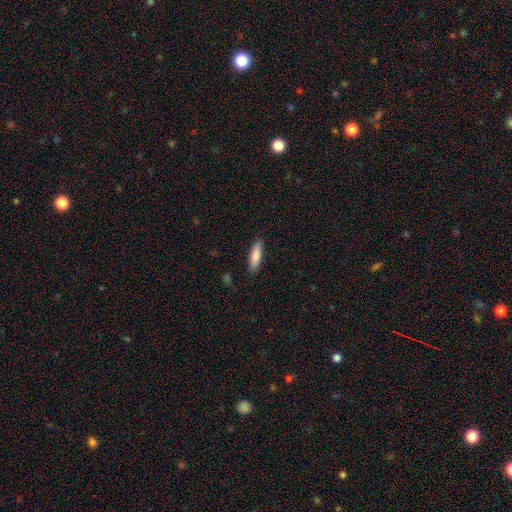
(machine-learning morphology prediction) Smooth or featured? Predicted: smooth (p=0.82). How rounded? Predicted: cigar-shaped (p=0.63). Merging? Predicted: none (p=0.87).